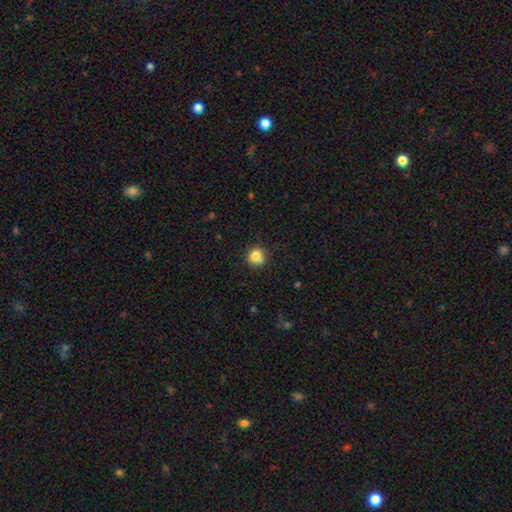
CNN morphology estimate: Smooth or featured? Predicted: smooth (p=0.78). How rounded? Predicted: round (p=0.85). Merging? Predicted: none (p=0.64).